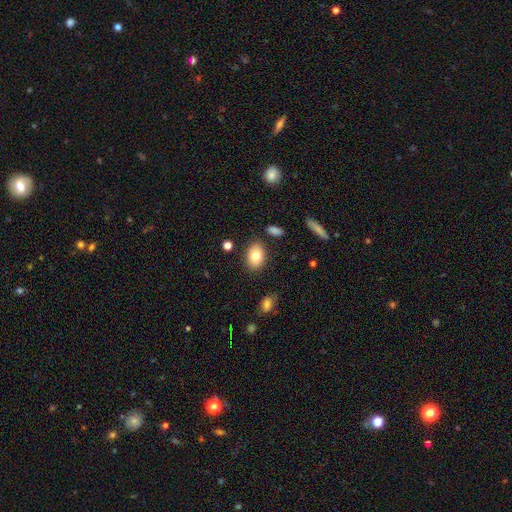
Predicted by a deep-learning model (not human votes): smooth 79%, featured or disk 13%, star or artifact 9%. Down the decision tree: how rounded — in between (80%); merging — none (85%).